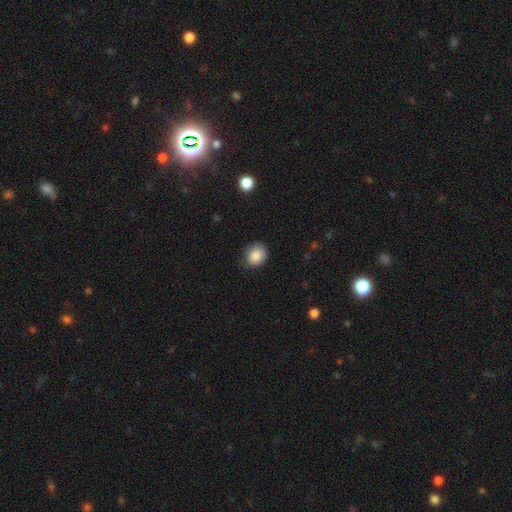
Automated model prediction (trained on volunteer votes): smooth_or_featured: smooth (p=0.87) [alt: star or artifact p=0.08]
how_rounded: round (p=0.62) [alt: in between p=0.37]
merging: none (p=0.75) [alt: minor disturbance p=0.20]